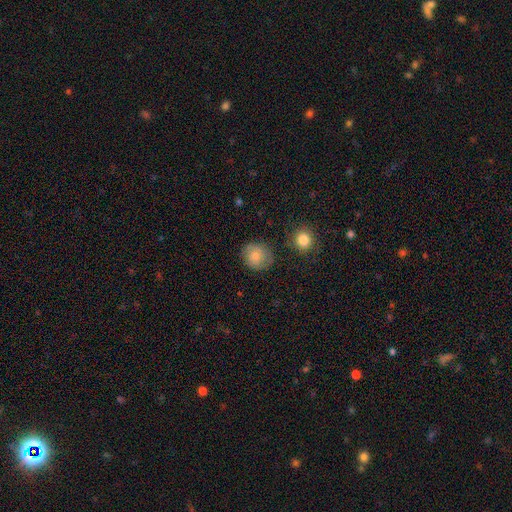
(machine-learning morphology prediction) smooth 80%, featured or disk 12%, star or artifact 8%. Down the decision tree: how rounded — round (83%); merging — none (77%).